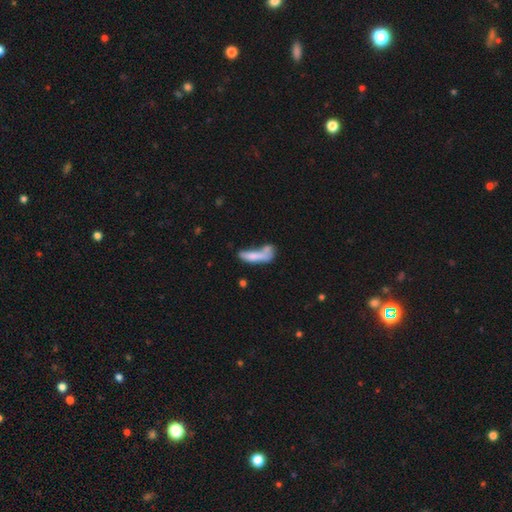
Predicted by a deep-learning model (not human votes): Smooth or featured?
  - smooth: 67% *
  - featured or disk: 24%
  - star or artifact: 9%
How rounded?
  - cigar-shaped: 61% *
  - in between: 37%
  - round: 3%
Merging?
  - merger: 41% *
  - none: 26%
  - major disturbance: 17%
  - minor disturbance: 16%